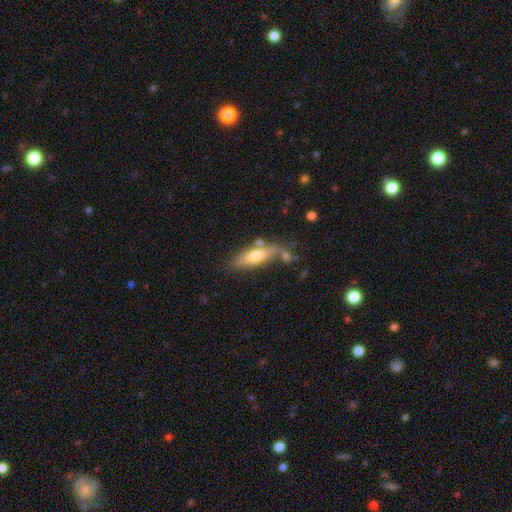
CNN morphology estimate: Overall: smooth (58%; featured or disk 36%). How rounded: cigar-shaped (53%; in between 44%). Merging: none (59%).